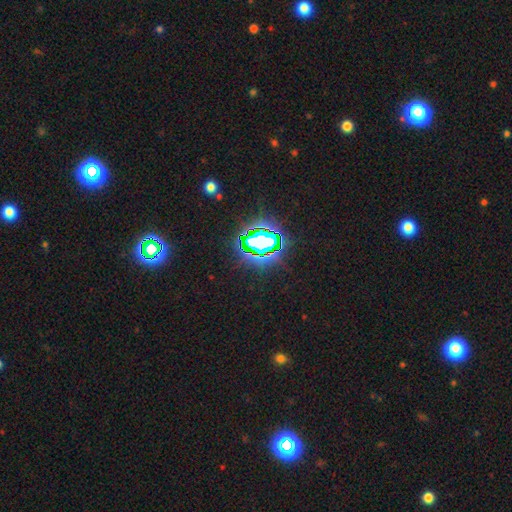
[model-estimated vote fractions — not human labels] Morphology: type=star or artifact (80%).